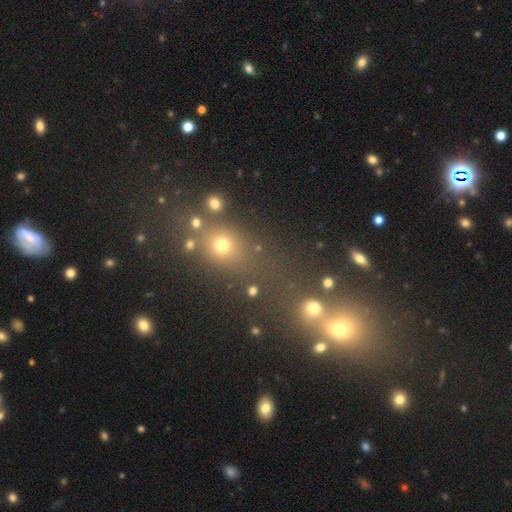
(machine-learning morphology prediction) smooth-or-featured: smooth: 51% | star or artifact: 38% | featured or disk: 11%
  how-rounded: round: 70% | in between: 25% | cigar-shaped: 5%
  merging: none: 58% | merger: 25% | minor disturbance: 10% | major disturbance: 7%